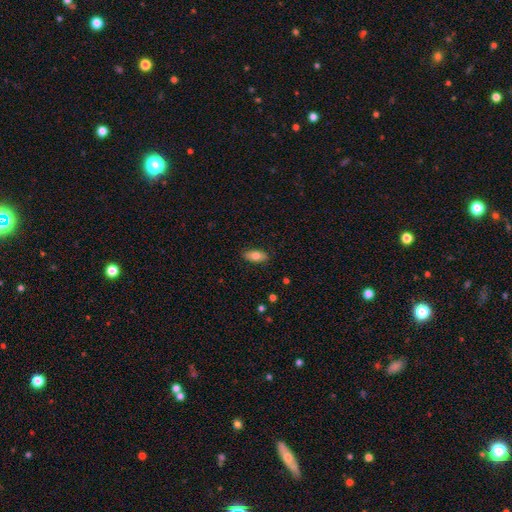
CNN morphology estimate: Q: Smooth or featured?
A: smooth (78%); runner-up: featured or disk (15%)
Q: How rounded?
A: in between (89%); runner-up: cigar-shaped (9%)
Q: Merging?
A: none (88%); runner-up: minor disturbance (9%)